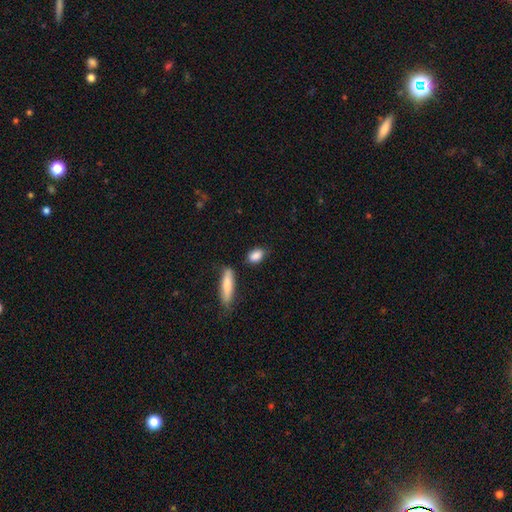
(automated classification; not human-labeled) Smooth or featured?
  - smooth: 87% *
  - star or artifact: 7%
  - featured or disk: 6%
How rounded?
  - in between: 78% *
  - round: 14%
  - cigar-shaped: 8%
Merging?
  - none: 72% *
  - minor disturbance: 17%
  - merger: 7%
  - major disturbance: 4%